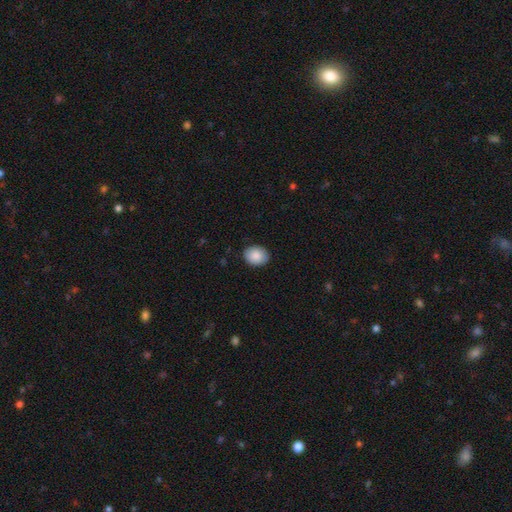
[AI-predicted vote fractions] Q: Smooth or featured?
A: smooth (88%); runner-up: star or artifact (7%)
Q: How rounded?
A: in between (51%); runner-up: round (48%)
Q: Merging?
A: none (88%); runner-up: minor disturbance (9%)